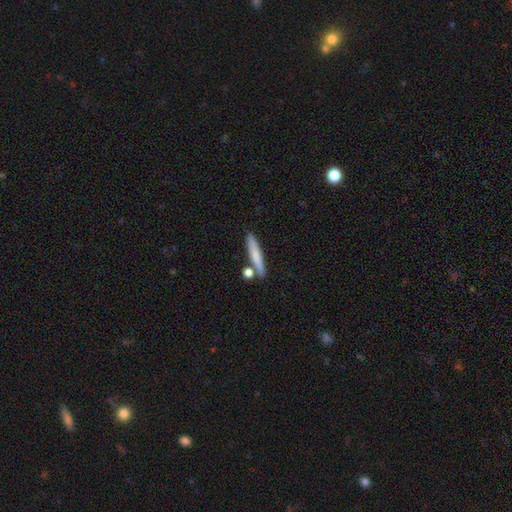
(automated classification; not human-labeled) Smooth or featured? Predicted: smooth (p=0.72). How rounded? Predicted: cigar-shaped (p=0.89). Merging? Predicted: none (p=0.77).